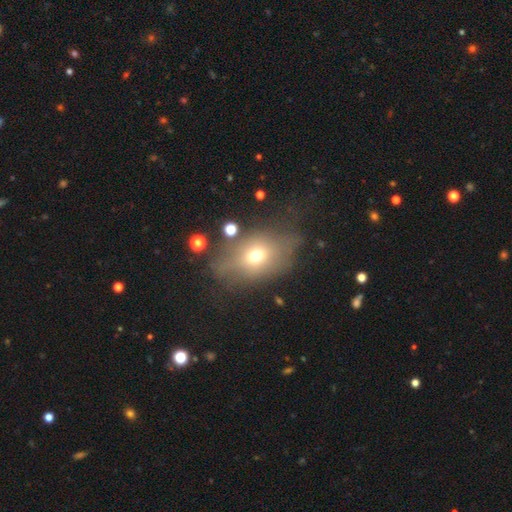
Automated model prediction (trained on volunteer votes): This appears to be a smooth galaxy with no disk features (58%) that is in between round and cigar-shaped (65%). Merging: none (50%).